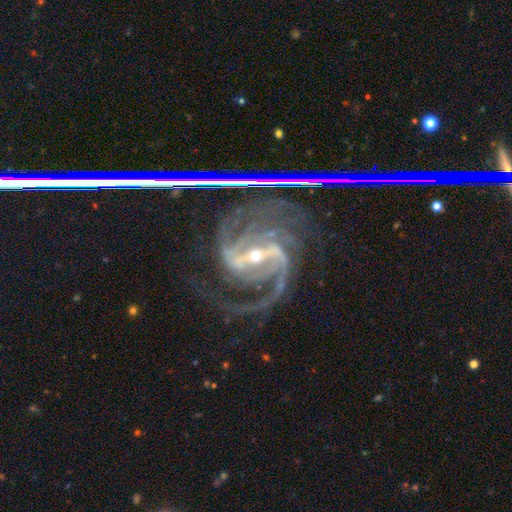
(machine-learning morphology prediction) Smooth or featured?
  - featured or disk: 92% *
  - star or artifact: 6%
  - smooth: 2%
Edge-on disk?
  - no: 98% *
  - yes: 2%
Bar?
  - strong: 73% *
  - weak: 20%
  - no: 7%
Spiral arms?
  - yes: 99% *
  - no: 1%
Spiral winding?
  - medium: 59% *
  - tight: 23%
  - loose: 18%
Spiral arm count?
  - 2: 72% *
  - 3: 14%
  - can't tell: 4%
  - 4: 4%
  - 1: 3%
  - more than 4: 3%
Bulge size?
  - small: 61% *
  - moderate: 36%
  - large: 1%
  - none: 1%
  - dominant: 1%
Merging?
  - none: 69% *
  - minor disturbance: 17%
  - major disturbance: 12%
  - merger: 2%